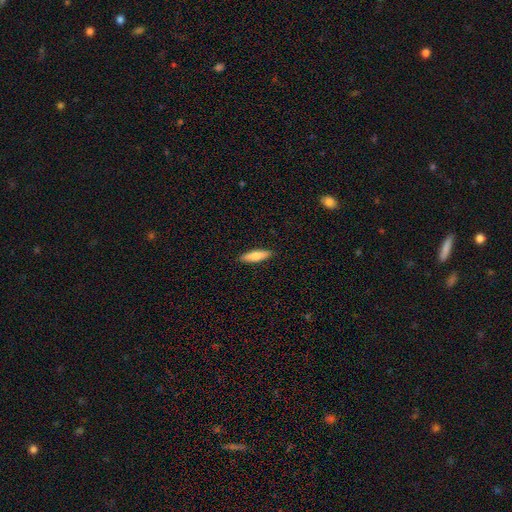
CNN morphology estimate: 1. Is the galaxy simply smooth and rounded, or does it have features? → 71% smooth, 23% featured or disk, 5% star or artifact.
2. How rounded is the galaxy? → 65% cigar-shaped, 33% in between, 2% round.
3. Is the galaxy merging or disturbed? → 90% none, 7% minor disturbance, 2% major disturbance, 1% merger.